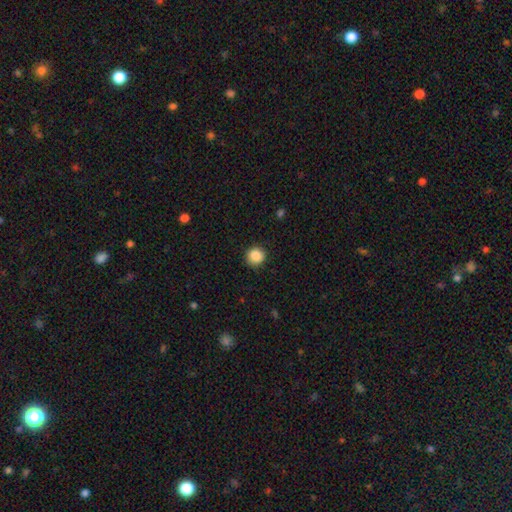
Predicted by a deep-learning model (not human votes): Morphology: type=smooth (87%); roundness=round (91%); merging=none (88%).